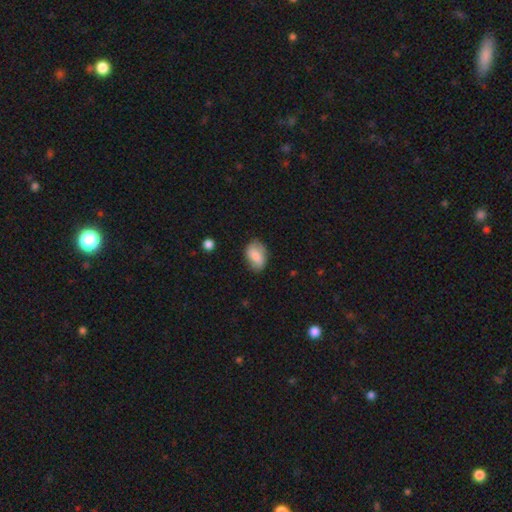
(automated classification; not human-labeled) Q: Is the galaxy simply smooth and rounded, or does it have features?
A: smooth — 79%.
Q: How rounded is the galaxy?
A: in between — 87%.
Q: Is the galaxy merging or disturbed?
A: none — 72%.